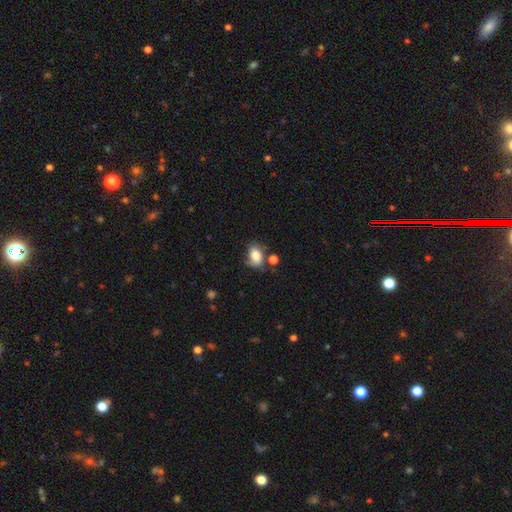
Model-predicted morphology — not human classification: A smooth galaxy with no disk features (79%) that is in between round and cigar-shaped (78%). Merging: none (51%).